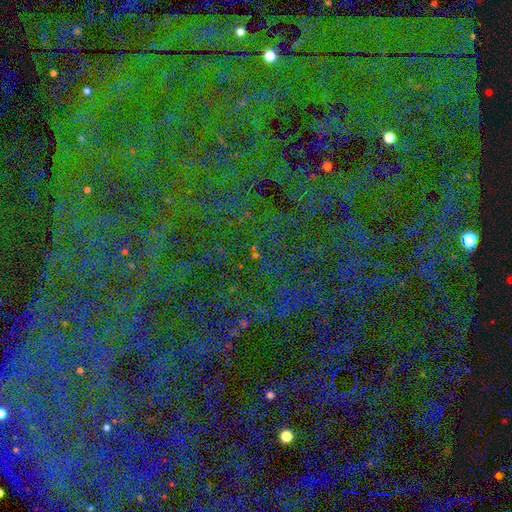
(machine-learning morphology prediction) A star or artifact, not a galaxy (77%).